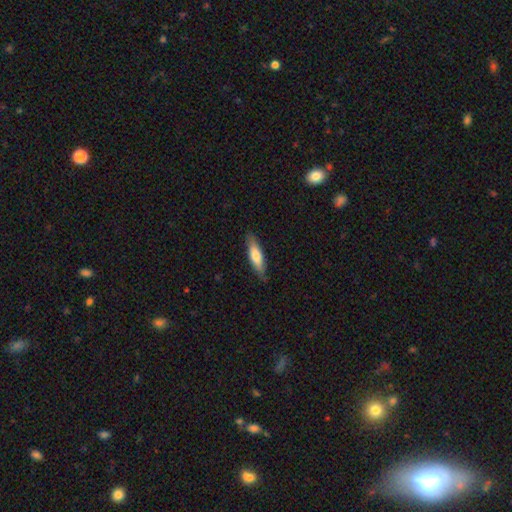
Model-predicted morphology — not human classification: This appears to be a smooth galaxy with no disk features (67%) that is cigar-shaped (62%). Merging: none (83%).